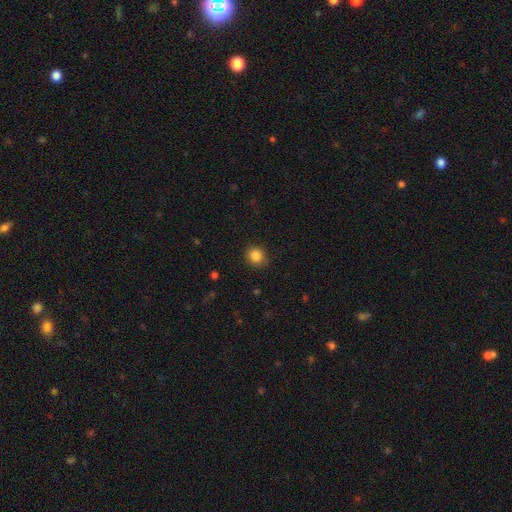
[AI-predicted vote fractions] A smooth galaxy with no disk features (85%) that is round (83%).

Vote fractions:
- Smooth or featured? smooth: 85% / star or artifact: 11% / featured or disk: 4%
- How rounded? round: 83% / in between: 16% / cigar-shaped: 1%
- Merging? none: 88% / minor disturbance: 9% / major disturbance: 2% / merger: 1%